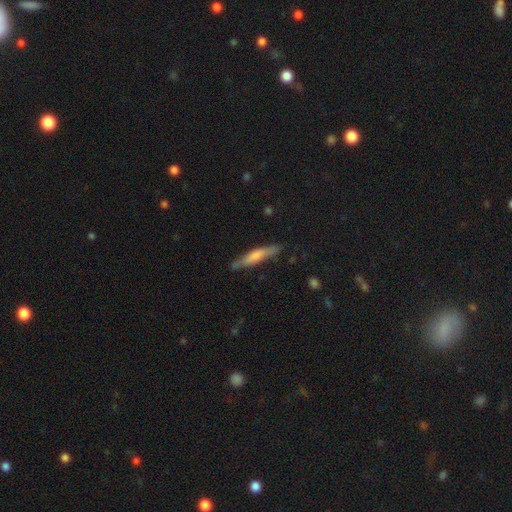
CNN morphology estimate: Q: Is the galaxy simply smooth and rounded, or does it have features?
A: smooth — 56%.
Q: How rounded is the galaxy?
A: cigar-shaped — 90%.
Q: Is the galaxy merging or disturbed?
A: none — 80%.